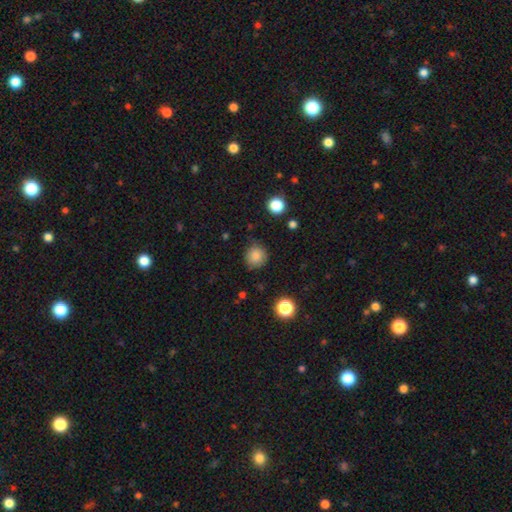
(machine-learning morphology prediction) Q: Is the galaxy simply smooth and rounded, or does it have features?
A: smooth — 85%.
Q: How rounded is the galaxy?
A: round — 91%.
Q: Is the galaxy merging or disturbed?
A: none — 81%.